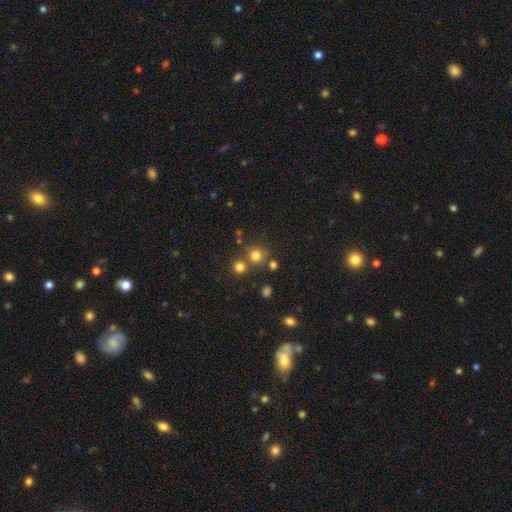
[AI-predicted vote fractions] smooth-or-featured: smooth: 75% | star or artifact: 18% | featured or disk: 7%
  how-rounded: round: 91% | in between: 8% | cigar-shaped: 1%
  merging: none: 70% | merger: 19% | minor disturbance: 8% | major disturbance: 3%